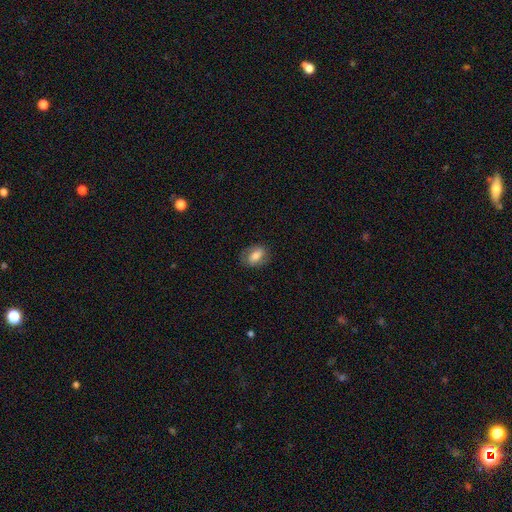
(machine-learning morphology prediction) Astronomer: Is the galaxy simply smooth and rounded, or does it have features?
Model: smooth — 64%.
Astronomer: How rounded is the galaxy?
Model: in between — 79%.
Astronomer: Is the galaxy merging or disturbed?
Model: none — 77%.